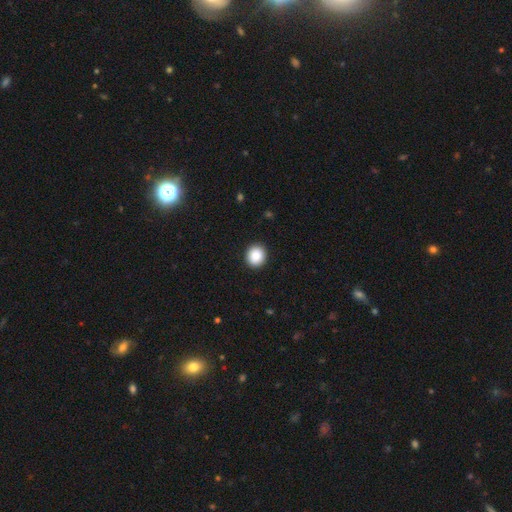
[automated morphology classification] type=smooth (87%); roundness=round (84%); merging=none (92%).